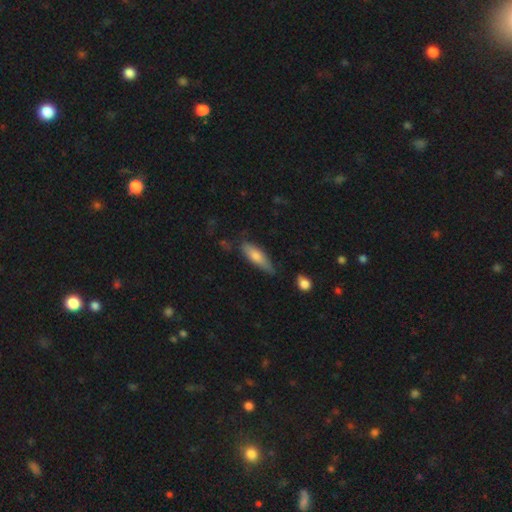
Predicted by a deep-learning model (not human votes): Smooth or featured? smooth (72%)
How rounded? cigar-shaped (50%)
Merging? none (64%)